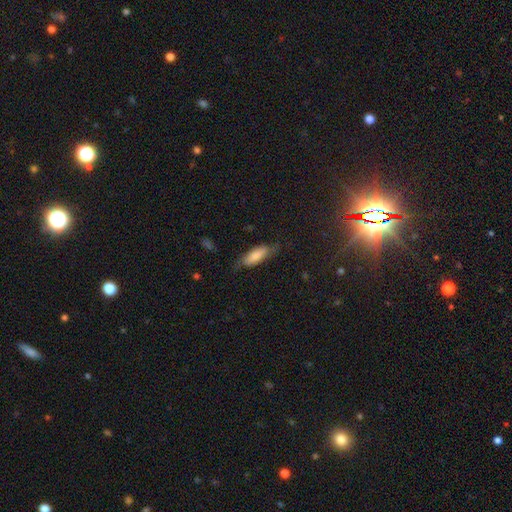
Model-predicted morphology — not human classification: Smooth or featured: smooth — 73% (featured or disk — 21%)
How rounded: in between — 65% (cigar-shaped — 33%)
Merging: none — 65% (minor disturbance — 25%)